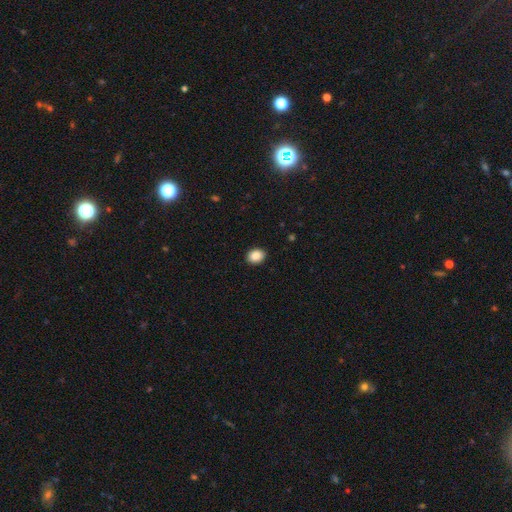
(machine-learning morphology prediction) Smooth or featured: smooth — 88% (star or artifact — 9%)
How rounded: round — 50% (in between — 49%)
Merging: none — 91% (minor disturbance — 6%)